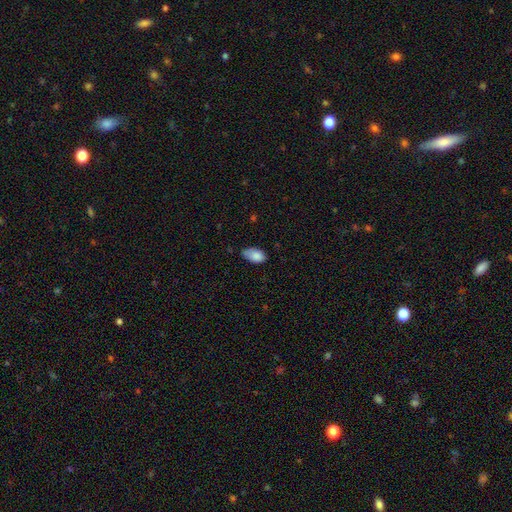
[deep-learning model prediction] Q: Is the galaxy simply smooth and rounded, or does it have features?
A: smooth — 85%.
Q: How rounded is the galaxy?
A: in between — 93%.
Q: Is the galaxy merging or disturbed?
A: none — 55%.